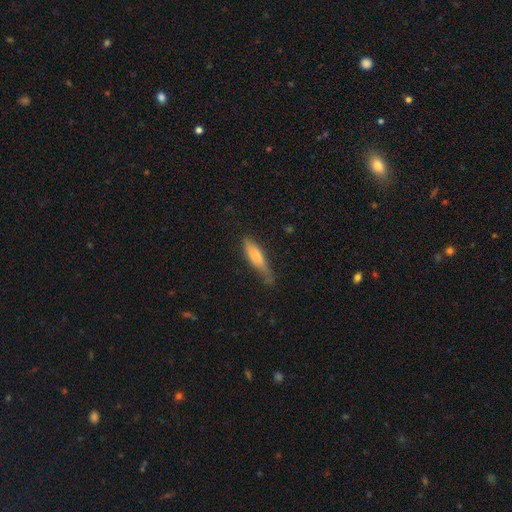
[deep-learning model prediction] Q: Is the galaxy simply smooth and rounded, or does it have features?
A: smooth — 69%.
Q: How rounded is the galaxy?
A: cigar-shaped — 66%.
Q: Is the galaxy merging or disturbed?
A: none — 51%.